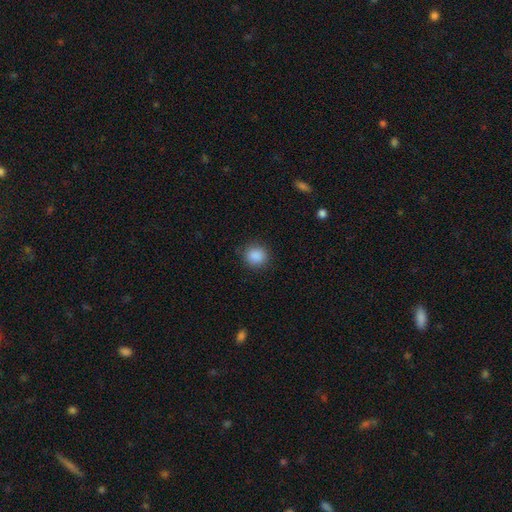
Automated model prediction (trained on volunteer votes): smooth 88%, star or artifact 9%, featured or disk 3%. Down the decision tree: how rounded — round (89%); merging — none (89%).